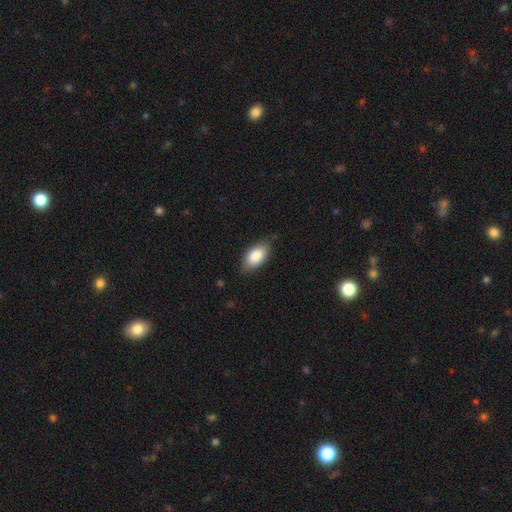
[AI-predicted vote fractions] This is clearly a smooth galaxy (85%). How rounded: clearly in between (93%). Merging: likely none (80%).